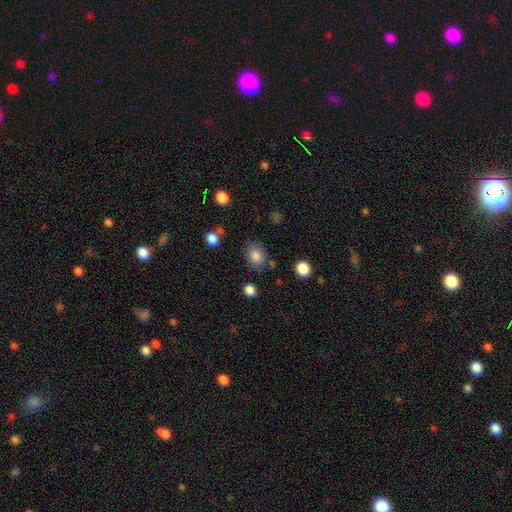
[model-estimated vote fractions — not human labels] Smooth or featured? Predicted: smooth (p=0.83). How rounded? Predicted: in between (p=0.52). Merging? Predicted: none (p=0.73).